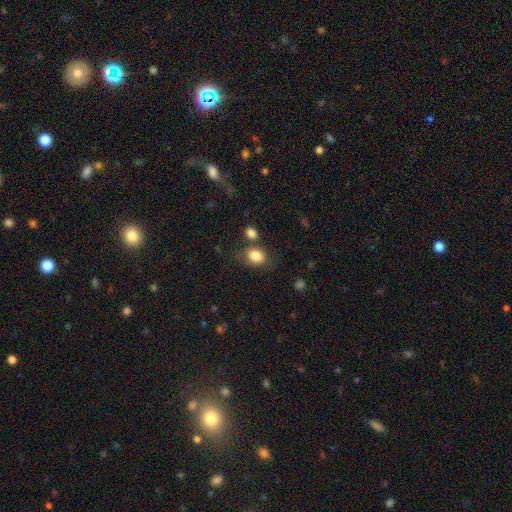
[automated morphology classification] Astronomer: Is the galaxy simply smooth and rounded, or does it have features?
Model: smooth — 84%.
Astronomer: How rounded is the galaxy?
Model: in between — 54% (runner-up: round, 45%).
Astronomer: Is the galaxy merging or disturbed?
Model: none — 66%.